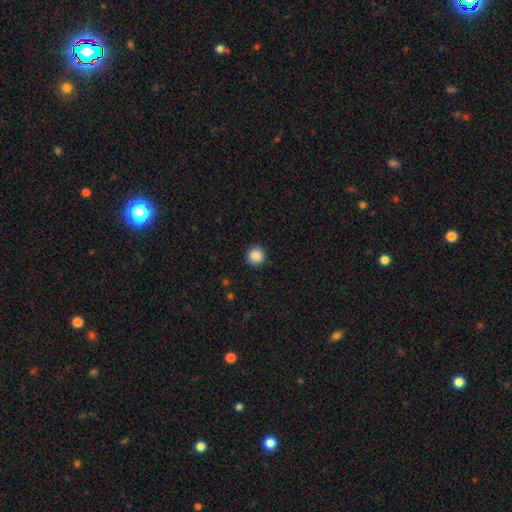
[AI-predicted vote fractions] The model was most divided on "smooth or featured": smooth: 88%, star or artifact: 9%, featured or disk: 2%. More confident: how rounded — round (95%); merging — none (92%).